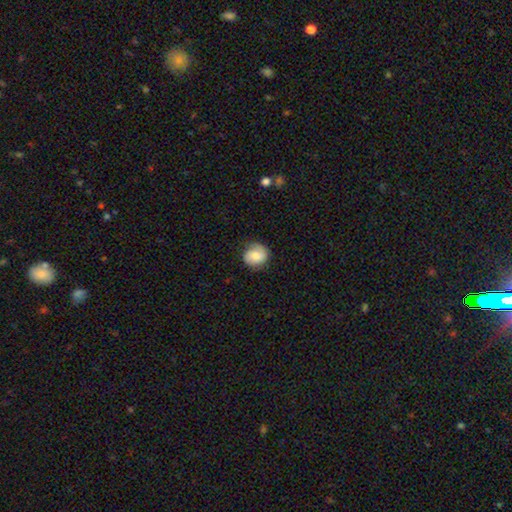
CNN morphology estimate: type=smooth (60%); roundness=round (75%); merging=none (75%).